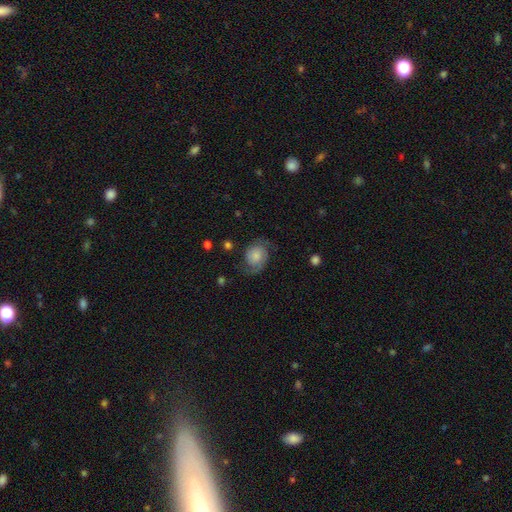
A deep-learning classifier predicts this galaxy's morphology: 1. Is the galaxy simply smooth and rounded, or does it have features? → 56% featured or disk, 35% smooth, 8% star or artifact.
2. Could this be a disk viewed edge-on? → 97% no, 3% yes.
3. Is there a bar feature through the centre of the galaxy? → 76% no, 21% weak, 3% strong.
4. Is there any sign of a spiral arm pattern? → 91% yes, 9% no.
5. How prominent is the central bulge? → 39% small, 30% moderate, 14% none, 12% large, 5% dominant.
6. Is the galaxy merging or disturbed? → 64% none, 22% minor disturbance, 13% major disturbance, 2% merger.